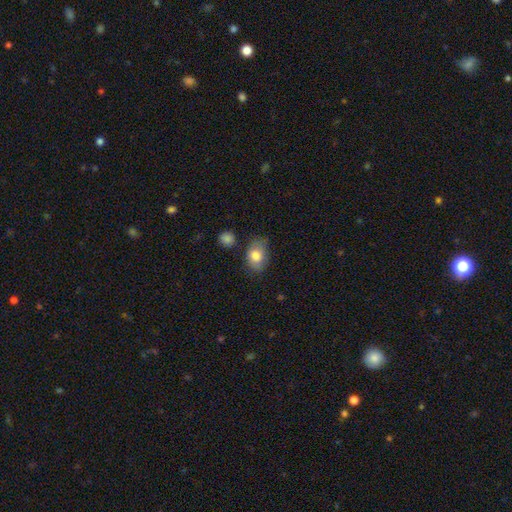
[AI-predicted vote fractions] A smooth galaxy with no disk features (81%) that is in between round and cigar-shaped (79%).

Vote fractions:
- Smooth or featured? smooth: 81% / featured or disk: 11% / star or artifact: 7%
- How rounded? in between: 79% / round: 19% / cigar-shaped: 1%
- Merging? none: 61% / minor disturbance: 27% / major disturbance: 8% / merger: 4%